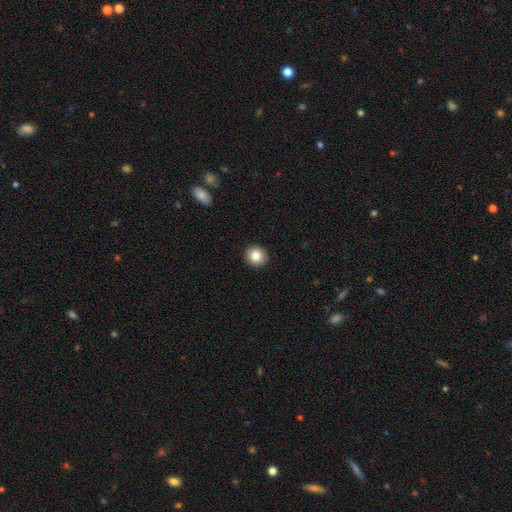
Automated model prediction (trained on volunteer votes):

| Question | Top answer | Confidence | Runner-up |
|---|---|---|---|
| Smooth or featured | smooth | 83% | star or artifact (9%) |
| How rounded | round | 90% | in between (9%) |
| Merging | none | 93% | minor disturbance (4%) |